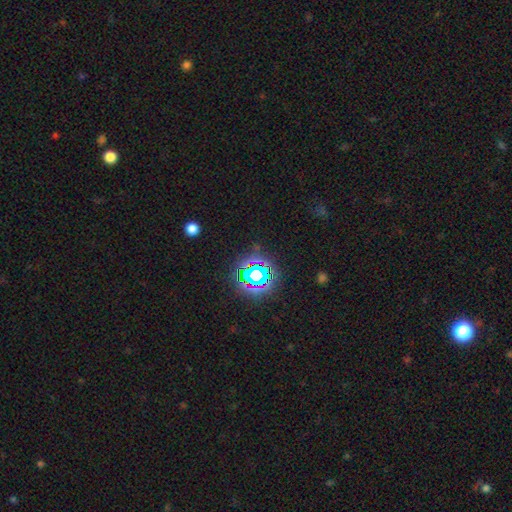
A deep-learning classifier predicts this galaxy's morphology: A star or artifact, not a galaxy (79%).